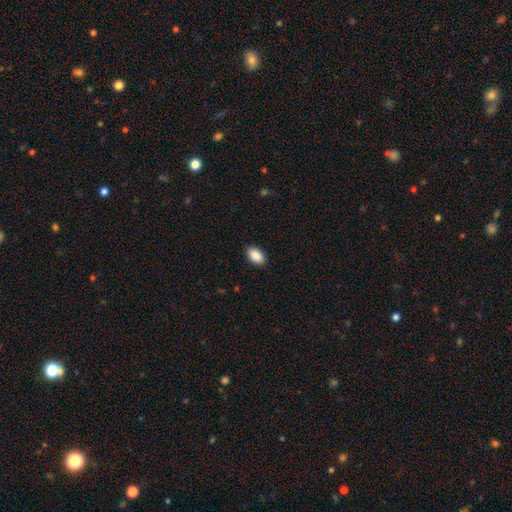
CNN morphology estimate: Smooth or featured? smooth (90%)
How rounded? in between (92%)
Merging? none (89%)